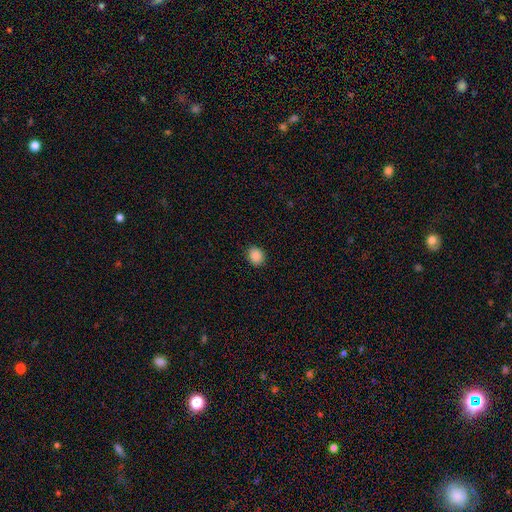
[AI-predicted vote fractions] Smooth or featured? Predicted: smooth (p=0.87). How rounded? Predicted: round (p=0.68). Merging? Predicted: none (p=0.90).